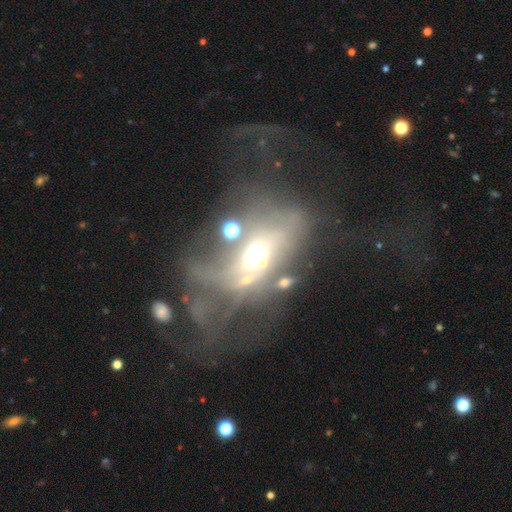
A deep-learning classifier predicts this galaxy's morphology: smooth-or-featured: featured or disk: 55% | smooth: 25% | star or artifact: 20%
  disk-edge-on: no: 90% | yes: 10%
  merging: major disturbance: 45% | merger: 25% | none: 19% | minor disturbance: 11%